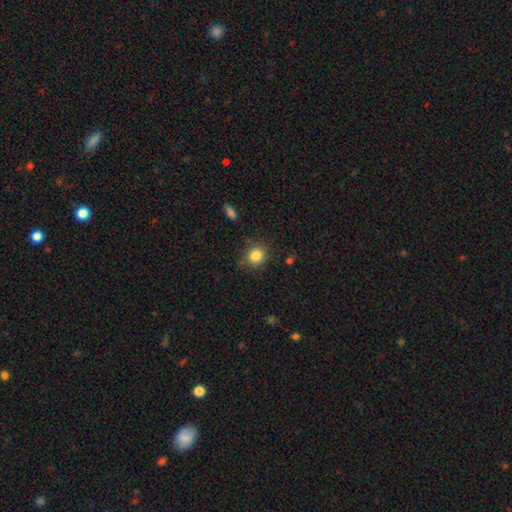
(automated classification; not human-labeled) The model was most divided on "how rounded": round: 74%, in between: 25%, cigar-shaped: 1%. More confident: smooth or featured — smooth (84%); merging — none (83%).